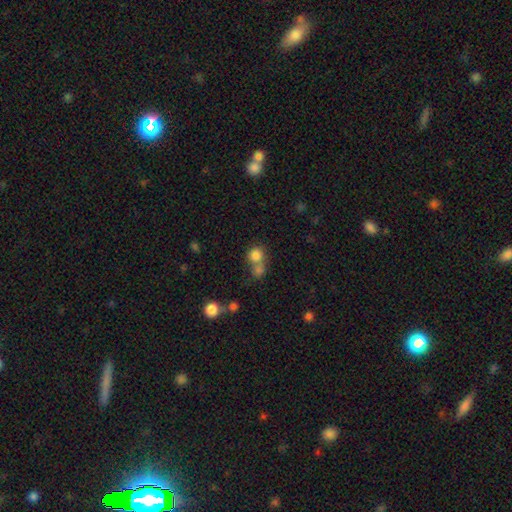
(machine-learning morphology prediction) smooth_or_featured: smooth (p=0.80) [alt: star or artifact p=0.12]
how_rounded: round (p=0.83) [alt: in between p=0.16]
merging: merger (p=0.45) [alt: none p=0.43]